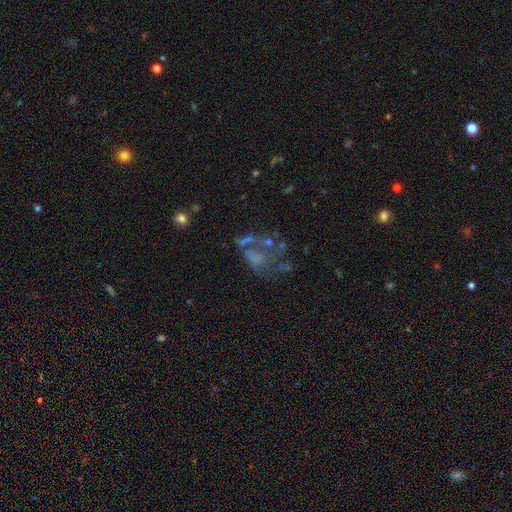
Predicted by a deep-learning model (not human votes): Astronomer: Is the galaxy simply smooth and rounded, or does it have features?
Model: featured or disk — 53%.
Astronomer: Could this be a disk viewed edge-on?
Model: no — 97%.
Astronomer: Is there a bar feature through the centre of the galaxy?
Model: no — 88%.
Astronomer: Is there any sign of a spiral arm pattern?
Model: no — 83%.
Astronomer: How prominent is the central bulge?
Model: none — 68%.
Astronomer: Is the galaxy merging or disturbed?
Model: major disturbance — 35% (runner-up: none, 33%).